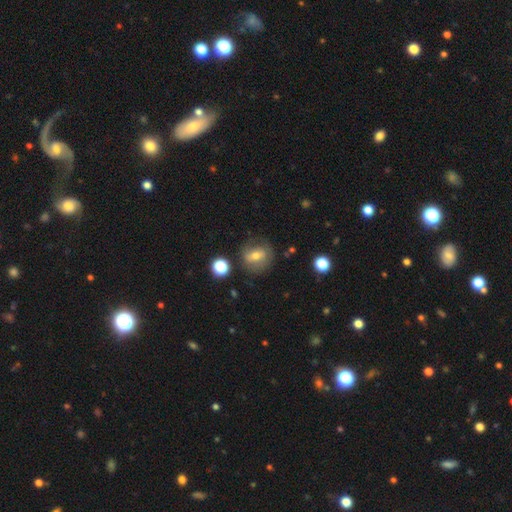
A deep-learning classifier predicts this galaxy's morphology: This is possibly a smooth galaxy (52%). How rounded: likely round (67%). Merging: likely none (74%).